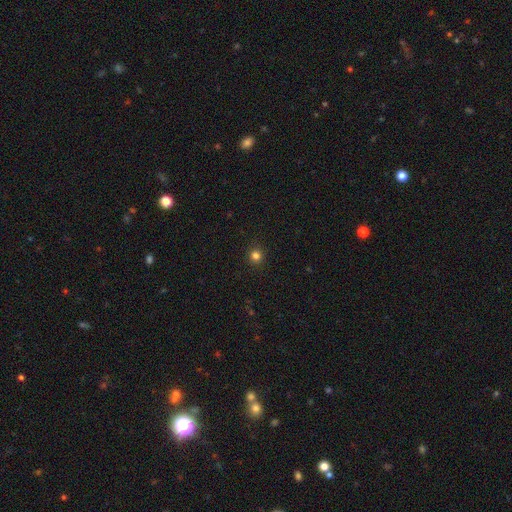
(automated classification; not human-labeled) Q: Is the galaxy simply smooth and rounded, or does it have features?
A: smooth — 81%.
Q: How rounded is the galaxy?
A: round — 93%.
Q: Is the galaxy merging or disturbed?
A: none — 92%.